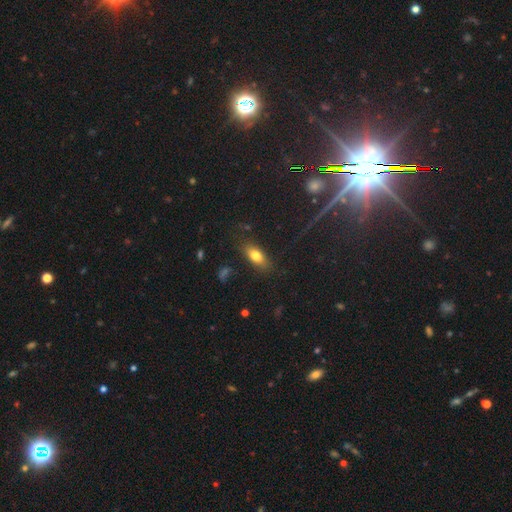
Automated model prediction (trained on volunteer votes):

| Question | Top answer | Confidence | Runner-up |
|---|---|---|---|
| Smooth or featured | smooth | 76% | featured or disk (14%) |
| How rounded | in between | 81% | cigar-shaped (13%) |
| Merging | none | 80% | minor disturbance (14%) |